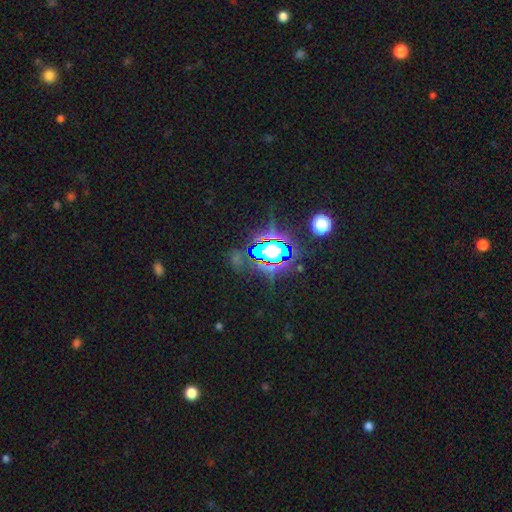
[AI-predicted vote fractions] This is clearly a star or artifact rather than a galaxy (82%).